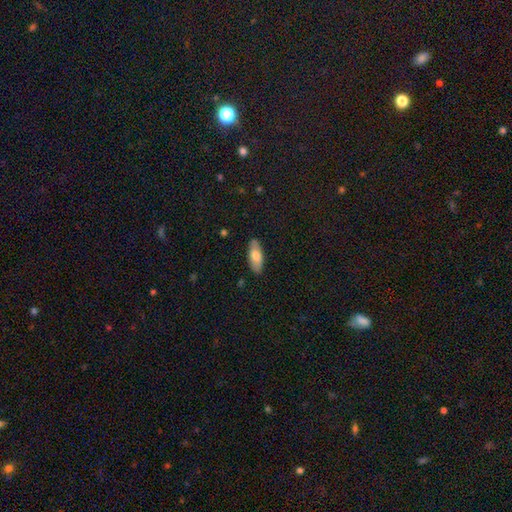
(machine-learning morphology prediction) The model was most divided on "smooth or featured": smooth: 73%, featured or disk: 21%, star or artifact: 6%. More confident: merging — none (86%); how rounded — in between (81%).